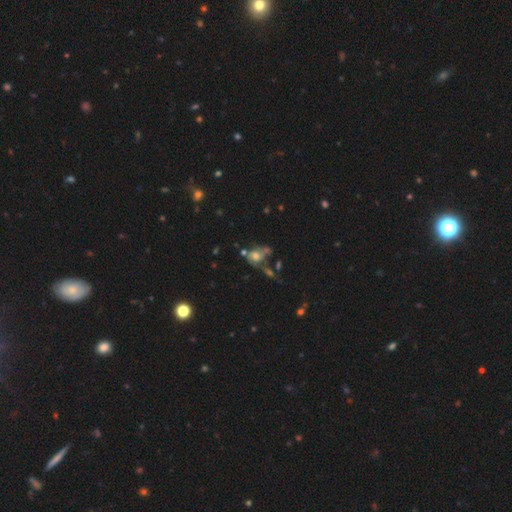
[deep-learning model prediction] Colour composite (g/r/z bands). It shows a smooth galaxy with no disk features (44%). Merging: merger (29%).